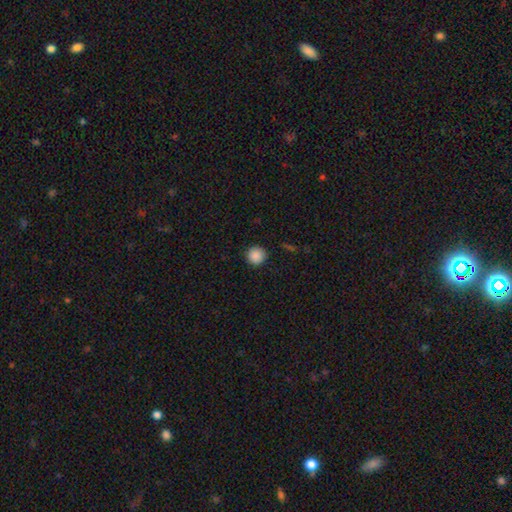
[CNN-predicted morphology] A smooth galaxy with no disk features (88%) that is round (95%). Merging: none (91%).